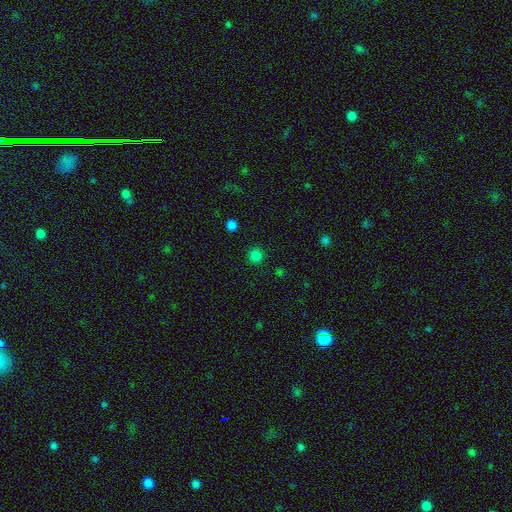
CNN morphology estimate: type=smooth (81%); roundness=round (94%); merging=none (90%).